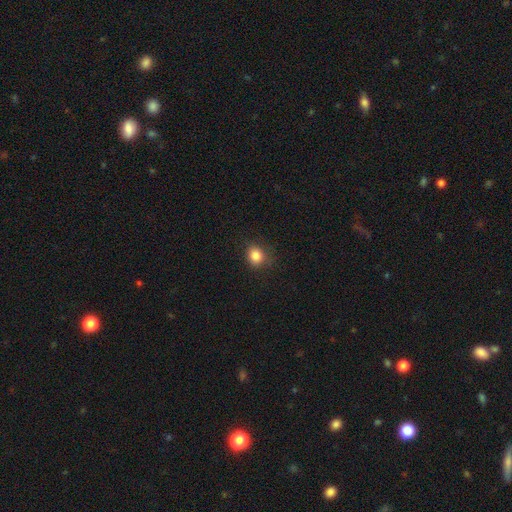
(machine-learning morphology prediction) The model was most divided on "how rounded": round: 76%, in between: 23%, cigar-shaped: 1%. More confident: smooth or featured — smooth (84%); merging — none (82%).